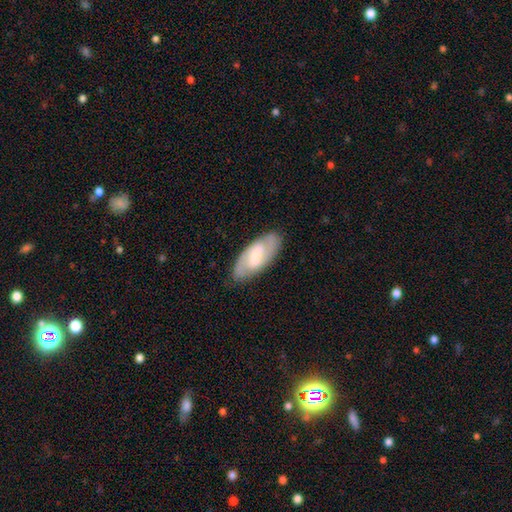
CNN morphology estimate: smooth-or-featured: featured or disk: 68% | smooth: 27% | star or artifact: 5%
  disk-edge-on: no: 93% | yes: 7%
    bar: weak: 50% | strong: 32% | no: 18%
    has-spiral-arms: yes: 86% | no: 14%
      spiral-winding: medium: 47% | tight: 34% | loose: 19%
      spiral-arm-count: 2: 85% | can't tell: 10% | 1: 2% | 3: 1% | 4: 1% | more than 4: 1%
    bulge-size: moderate: 39% (tied) | small: 39% (tied) | none: 10% | large: 10% | dominant: 2%
  merging: none: 84% | minor disturbance: 11% | major disturbance: 3% | merger: 1%